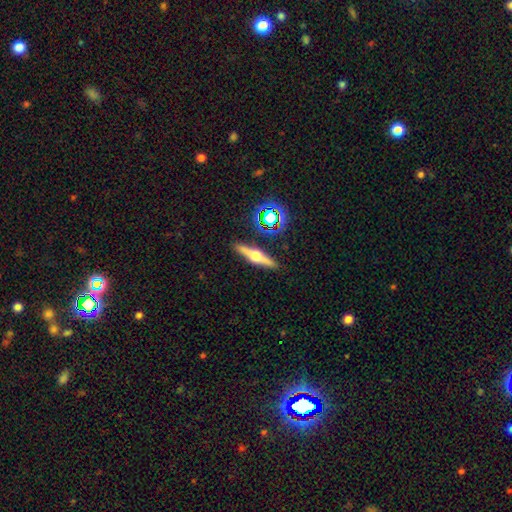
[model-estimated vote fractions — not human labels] Q: Smooth or featured?
A: featured or disk (70%); runner-up: smooth (21%)
Q: Edge-on disk?
A: yes (97%); runner-up: no (3%)
Q: Edge-on bulge?
A: rounded (95%); runner-up: boxy (3%)
Q: Merging?
A: none (89%); runner-up: minor disturbance (7%)